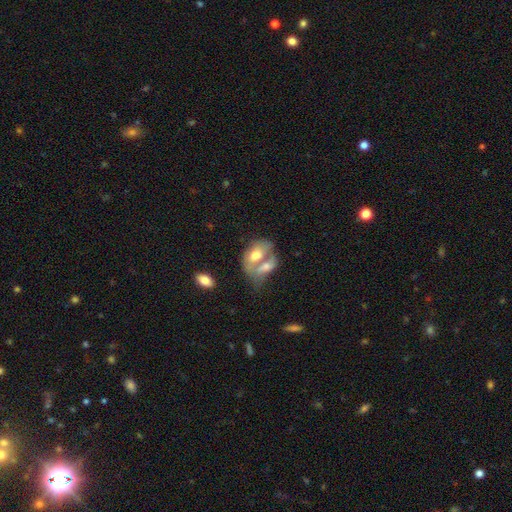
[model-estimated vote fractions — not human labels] Smooth or featured? smooth (59%)
How rounded? in between (87%)
Merging? merger (67%)